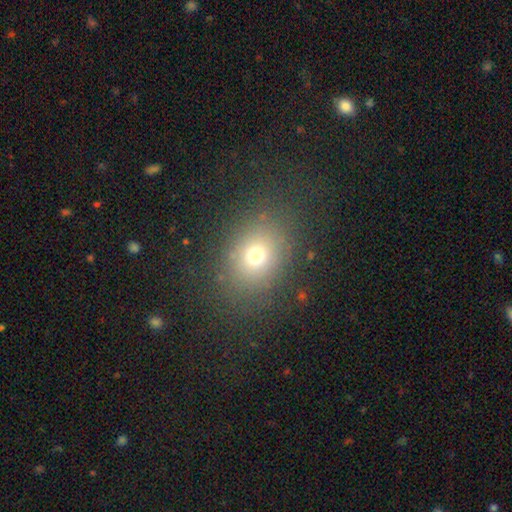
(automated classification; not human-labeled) smooth 71%, star or artifact 18%, featured or disk 11%. Down the decision tree: how rounded — in between (50%); merging — none (82%).